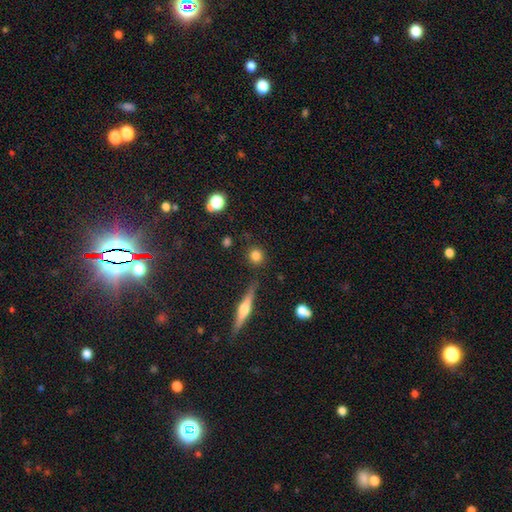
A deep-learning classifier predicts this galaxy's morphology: Q: Smooth or featured?
A: smooth (80%); runner-up: star or artifact (10%)
Q: How rounded?
A: round (89%); runner-up: in between (8%)
Q: Merging?
A: none (86%); runner-up: minor disturbance (8%)